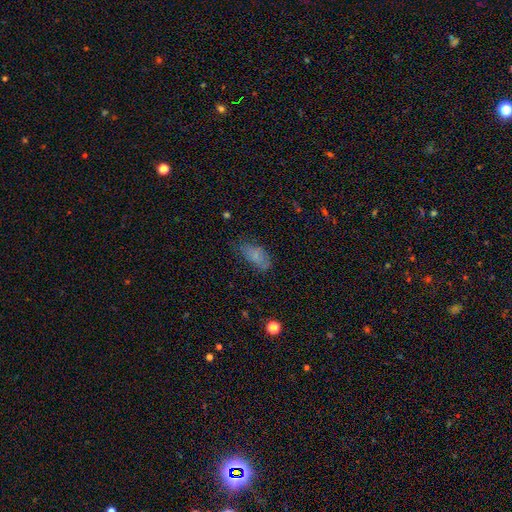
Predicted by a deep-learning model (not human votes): smooth-or-featured: smooth: 73% | featured or disk: 15% | star or artifact: 12%
  how-rounded: in between: 88% | cigar-shaped: 8% | round: 4%
  merging: none: 59% | minor disturbance: 29% | major disturbance: 10% | merger: 2%